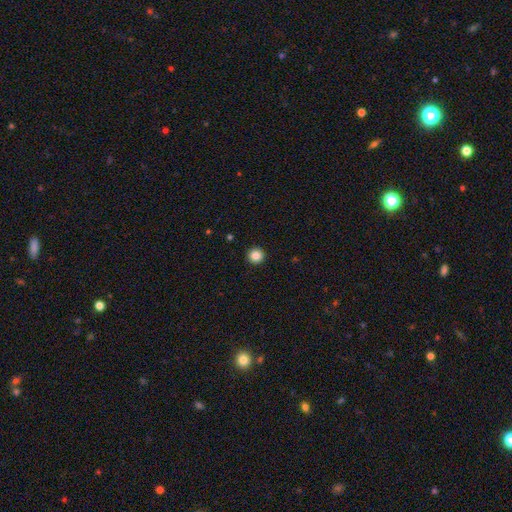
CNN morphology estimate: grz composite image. It shows a smooth galaxy with no disk features (86%) that is round (96%). Merging: none (94%).